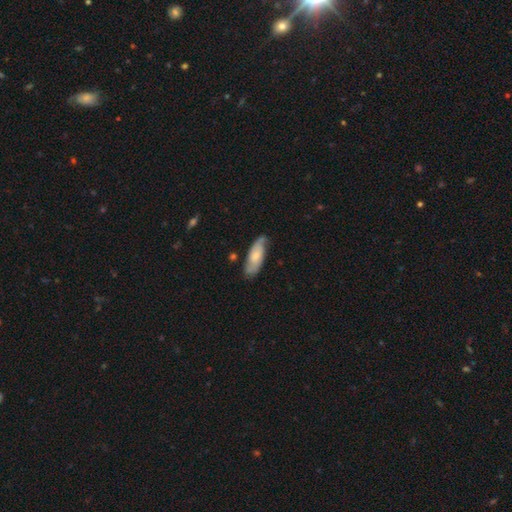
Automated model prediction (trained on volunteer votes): Q: Smooth or featured?
A: smooth (53%); runner-up: featured or disk (41%)
Q: How rounded?
A: in between (69%); runner-up: cigar-shaped (29%)
Q: Merging?
A: none (68%); runner-up: minor disturbance (24%)